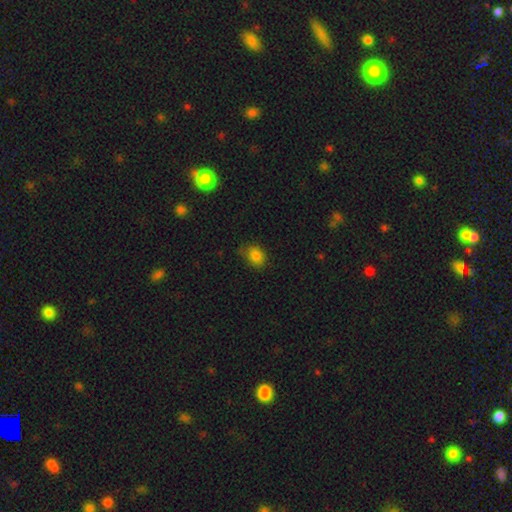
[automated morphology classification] A smooth galaxy with no disk features (83%) that is in between round and cigar-shaped (63%). Merging: none (70%).